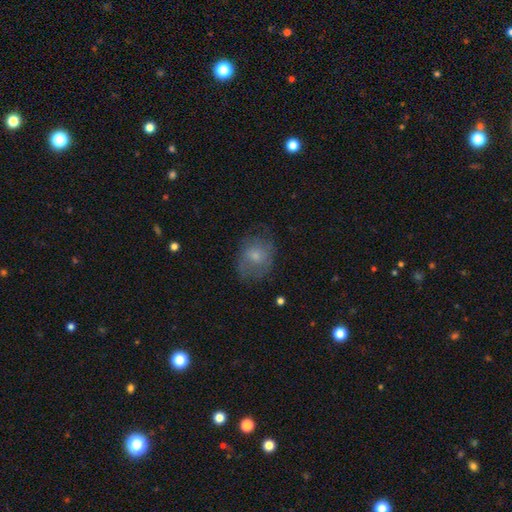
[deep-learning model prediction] Smooth or featured? Predicted: smooth (p=0.62). How rounded? Predicted: in between (p=0.51). Merging? Predicted: none (p=0.58).